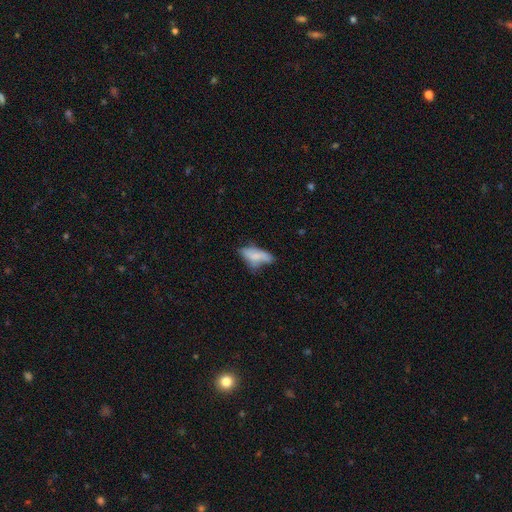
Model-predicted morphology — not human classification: Overall: smooth (64%; featured or disk 27%). How rounded: in between (80%). Merging: none (34%; minor disturbance 32%).